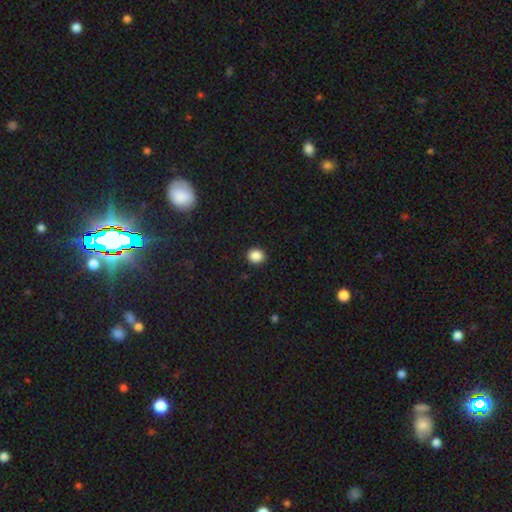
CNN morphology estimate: type=smooth (87%); roundness=round (86%); merging=none (91%).